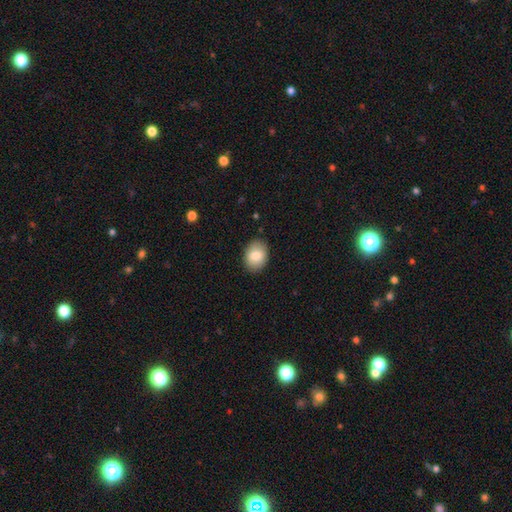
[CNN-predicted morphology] A smooth galaxy with no disk features (83%) that is in between round and cigar-shaped (67%). Merging: none (88%).